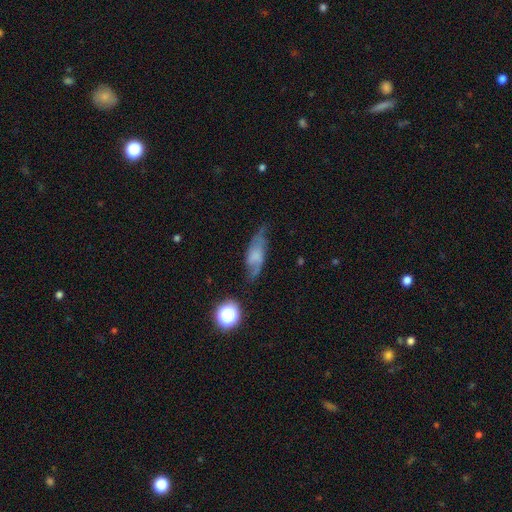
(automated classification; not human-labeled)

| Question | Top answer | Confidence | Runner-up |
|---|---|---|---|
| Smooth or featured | featured or disk | 48% | smooth (41%) |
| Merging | none | 55% | minor disturbance (29%) |